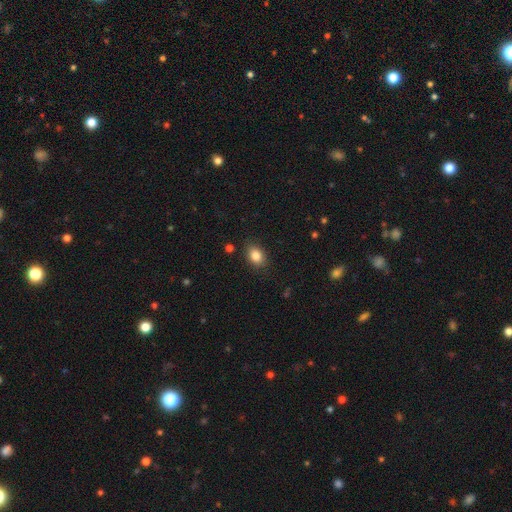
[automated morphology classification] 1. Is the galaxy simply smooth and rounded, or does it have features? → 85% smooth, 9% star or artifact, 6% featured or disk.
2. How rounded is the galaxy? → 73% in between, 26% round, 1% cigar-shaped.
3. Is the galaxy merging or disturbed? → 85% none, 11% minor disturbance, 3% major disturbance, 1% merger.